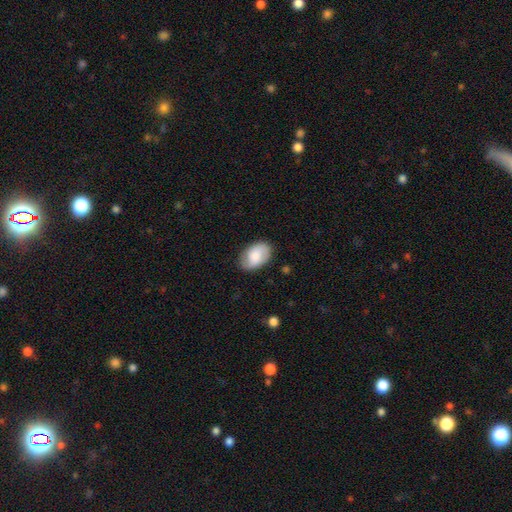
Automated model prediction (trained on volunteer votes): Smooth or featured: smooth — 72% (featured or disk — 21%)
How rounded: in between — 90% (round — 9%)
Merging: none — 81% (minor disturbance — 14%)